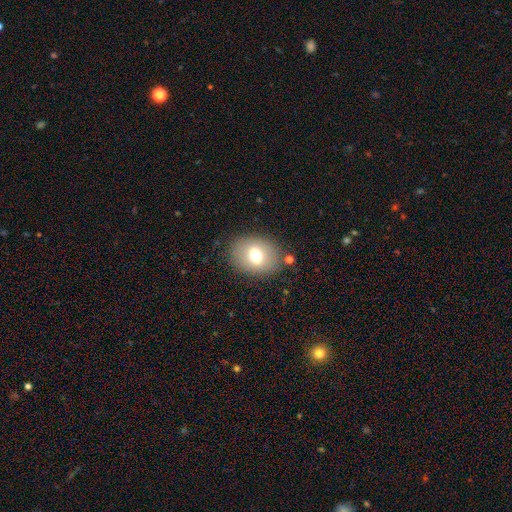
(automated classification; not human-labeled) Smooth or featured? smooth (70%)
How rounded? in between (61%)
Merging? none (83%)